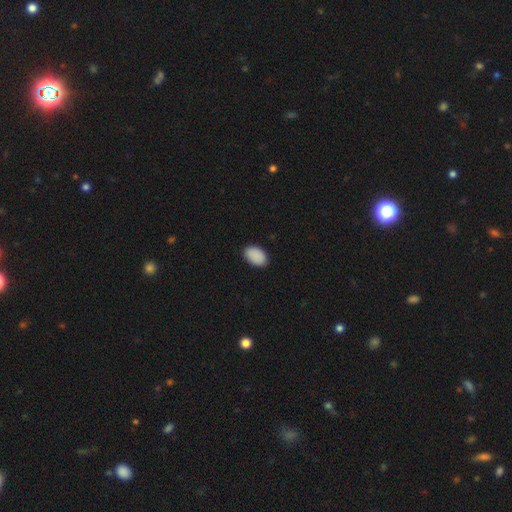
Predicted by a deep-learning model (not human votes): Overall: smooth (91%). How rounded: in between (90%). Merging: none (88%).